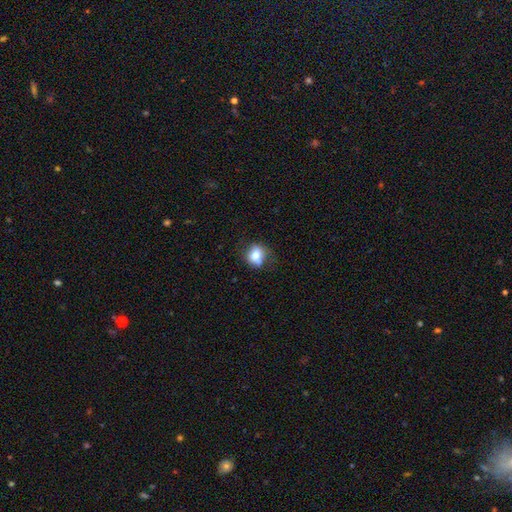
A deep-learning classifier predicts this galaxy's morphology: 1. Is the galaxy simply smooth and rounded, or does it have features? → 72% smooth, 17% featured or disk, 11% star or artifact.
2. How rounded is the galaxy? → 65% round, 33% in between, 1% cigar-shaped.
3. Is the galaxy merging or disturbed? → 71% none, 20% minor disturbance, 6% major disturbance, 3% merger.